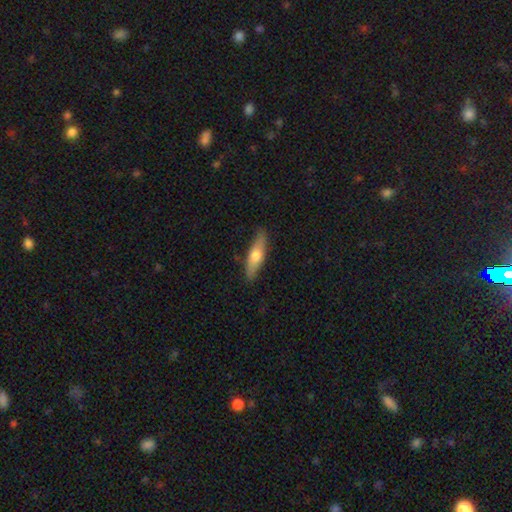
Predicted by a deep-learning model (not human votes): A smooth galaxy with no disk features (62%) that is cigar-shaped (61%). Merging: none (85%).